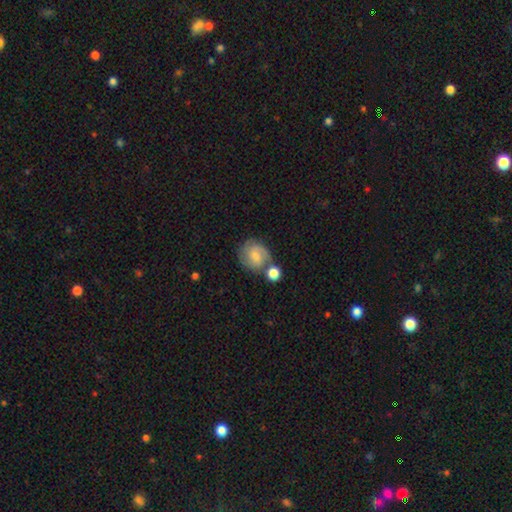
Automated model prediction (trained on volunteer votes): A featured or disk galaxy (53%) with no bar (49%), spiral arms (89%) and a small central bulge (53%).

Vote fractions:
- Smooth or featured? featured or disk: 53% / smooth: 39% / star or artifact: 8%
- Edge-on disk? no: 97% / yes: 3%
- Bar? no: 49% / weak: 44% / strong: 7%
- Spiral arms? yes: 89% / no: 11%
- Bulge size? small: 53% / moderate: 36% / none: 7% / large: 3% / dominant: 1%
- Merging? none: 53% / merger: 25% / minor disturbance: 16% / major disturbance: 6%